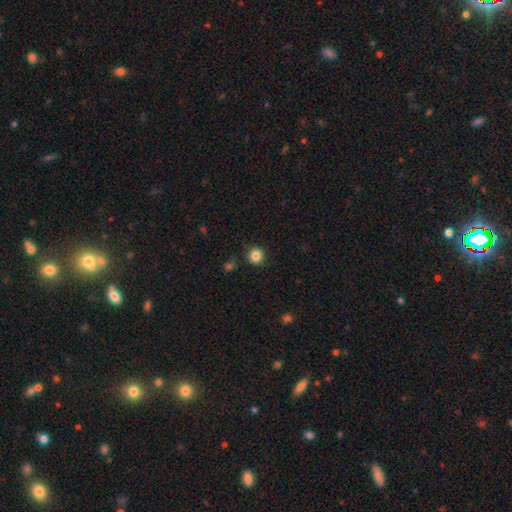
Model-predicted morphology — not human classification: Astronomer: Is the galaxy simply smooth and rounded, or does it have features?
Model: smooth — 84%.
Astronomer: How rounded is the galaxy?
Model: round — 93%.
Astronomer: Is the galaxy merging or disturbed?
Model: none — 87%.